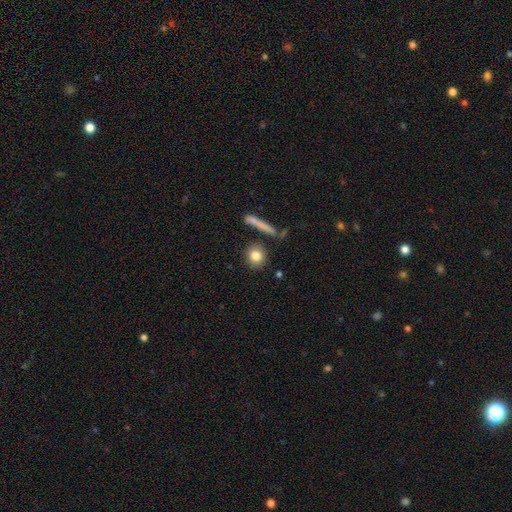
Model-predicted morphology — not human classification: A smooth galaxy with no disk features (81%) that is round (83%). Merging: none (81%).